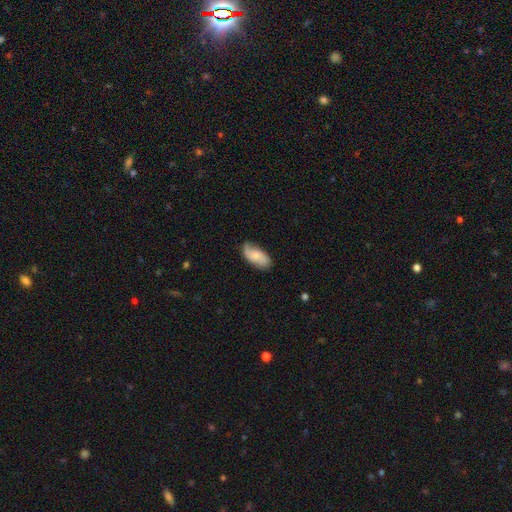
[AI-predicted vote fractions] Smooth or featured?
  - smooth: 63% *
  - featured or disk: 30%
  - star or artifact: 7%
How rounded?
  - in between: 91% *
  - cigar-shaped: 6%
  - round: 3%
Merging?
  - none: 64% *
  - minor disturbance: 27%
  - major disturbance: 7%
  - merger: 2%